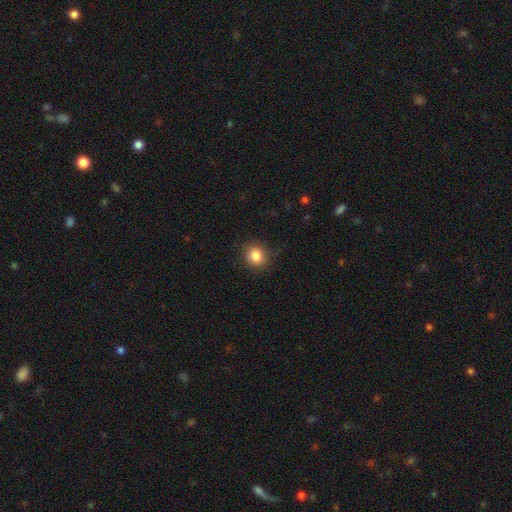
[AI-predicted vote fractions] A smooth galaxy with no disk features (85%) that is round (83%). Merging: none (87%).